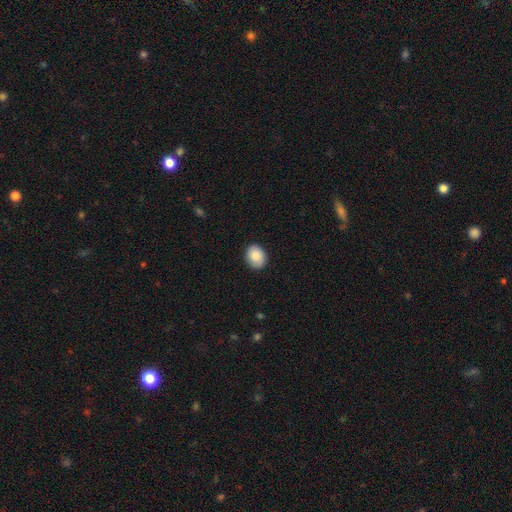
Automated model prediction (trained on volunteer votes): The model was most divided on "how rounded": round: 50%, in between: 49%, cigar-shaped: 1%. More confident: merging — none (89%); smooth or featured — smooth (86%).